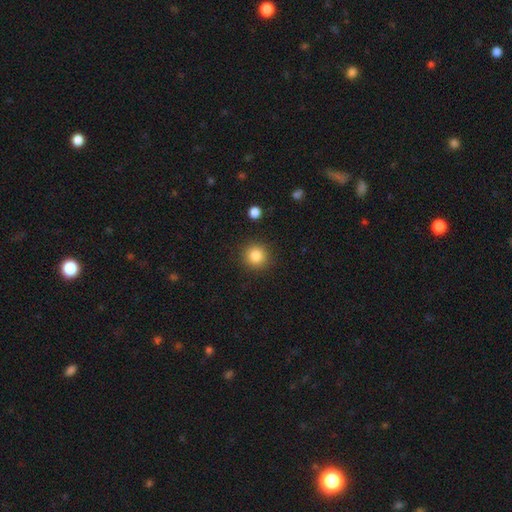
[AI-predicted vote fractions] A smooth galaxy with no disk features (85%) that is round (93%).

Vote fractions:
- Smooth or featured? smooth: 85% / star or artifact: 10% / featured or disk: 5%
- How rounded? round: 93% / in between: 6% / cigar-shaped: 1%
- Merging? none: 89% / minor disturbance: 6% / major disturbance: 2% / merger: 2%